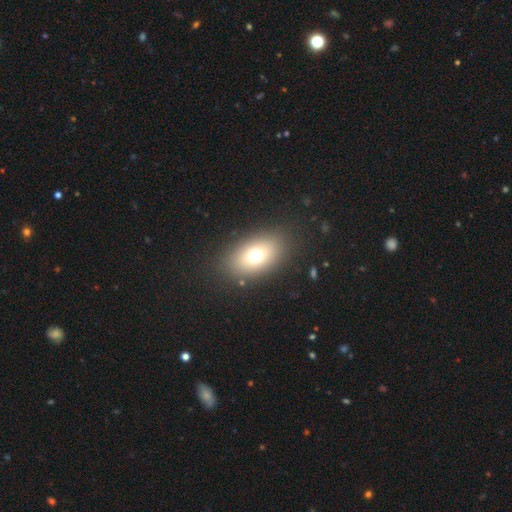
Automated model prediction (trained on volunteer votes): Smooth or featured: smooth — 69% (featured or disk — 17%)
How rounded: in between — 80% (round — 18%)
Merging: none — 85% (minor disturbance — 9%)